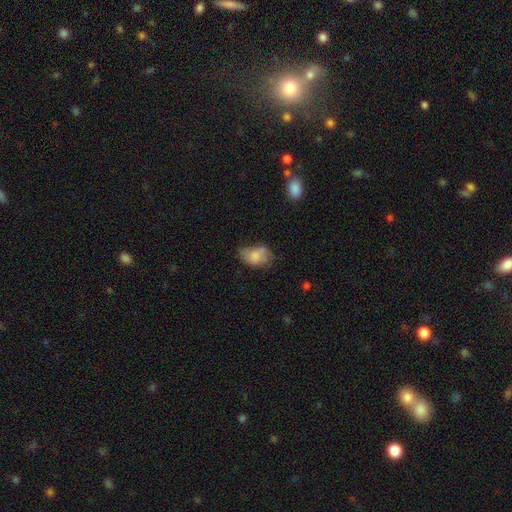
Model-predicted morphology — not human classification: smooth_or_featured: smooth (p=0.73) [alt: featured or disk p=0.19]
how_rounded: in between (p=0.84) [alt: round p=0.15]
merging: none (p=0.41) [alt: minor disturbance p=0.36]